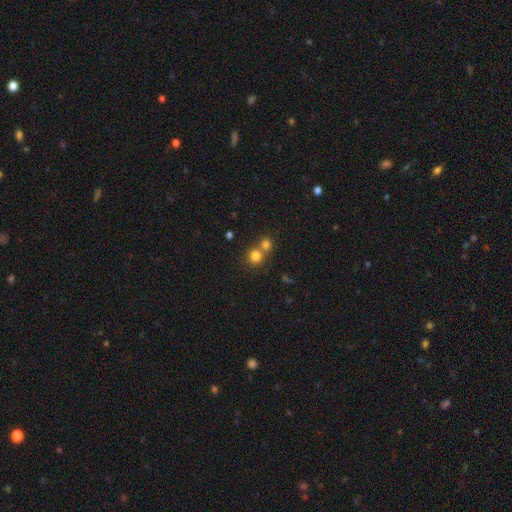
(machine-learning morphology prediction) This appears to be a smooth galaxy with no disk features (79%) that is round (89%). Merging: none (50%).